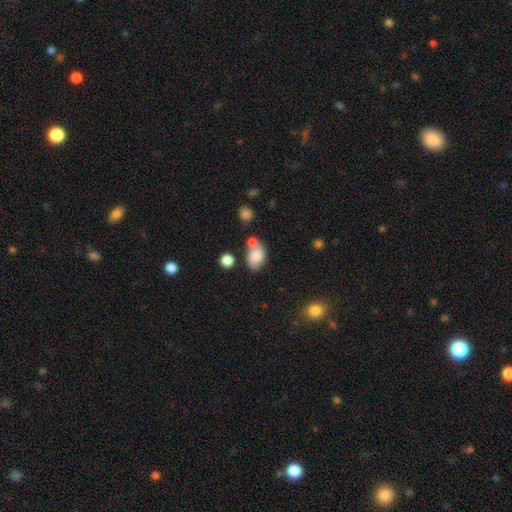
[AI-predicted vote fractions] Smooth or featured? smooth (77%)
How rounded? in between (82%)
Merging? none (48%)